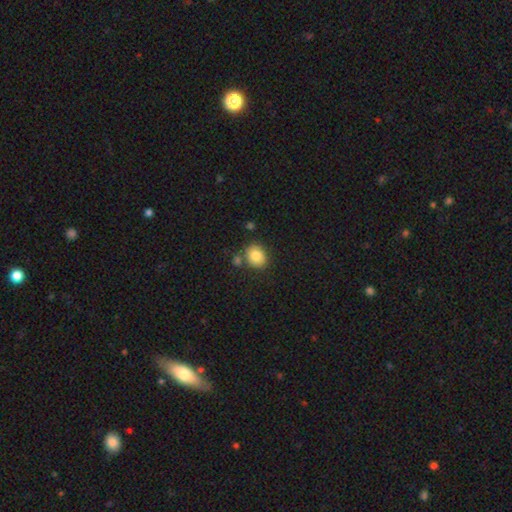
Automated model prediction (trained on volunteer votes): Smooth or featured: smooth — 83% (star or artifact — 9%)
How rounded: round — 60% (in between — 39%)
Merging: none — 71% (merger — 13%)